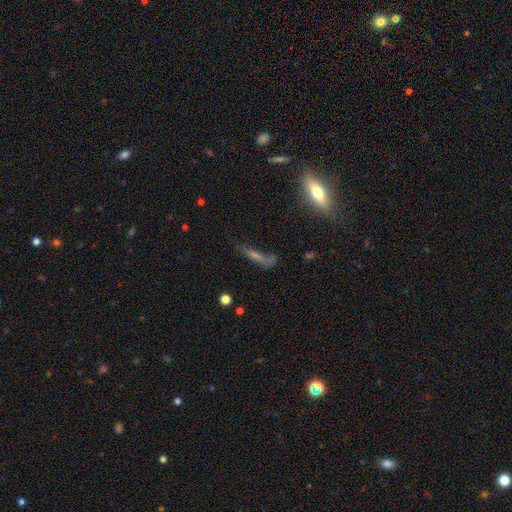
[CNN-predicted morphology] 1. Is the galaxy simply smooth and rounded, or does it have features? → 41% smooth, 38% featured or disk, 21% star or artifact.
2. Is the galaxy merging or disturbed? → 53% none, 21% minor disturbance, 18% major disturbance, 8% merger.